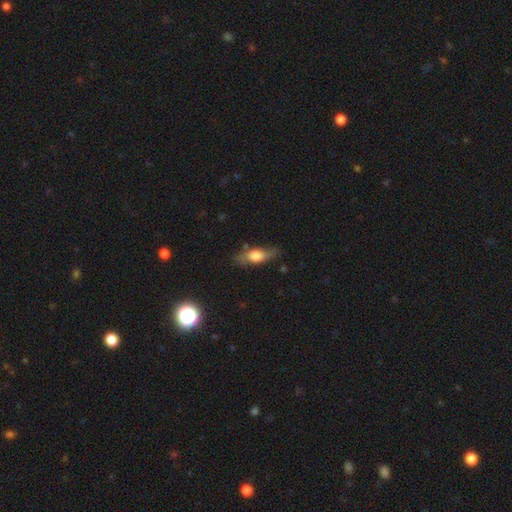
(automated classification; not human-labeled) This appears to be a smooth galaxy with no disk features (59%) that is in between round and cigar-shaped (63%). Merging: none (71%).